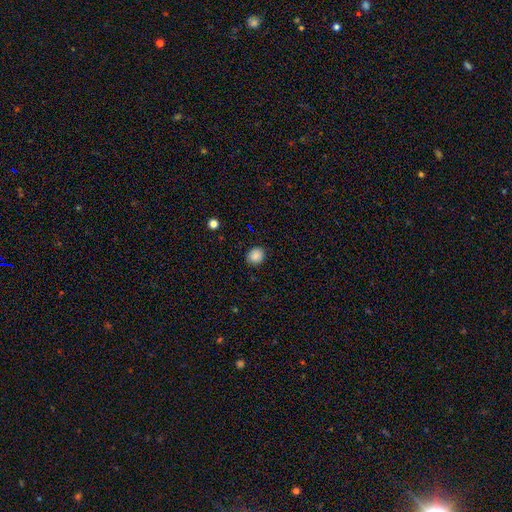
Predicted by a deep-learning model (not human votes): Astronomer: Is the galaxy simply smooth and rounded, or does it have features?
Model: smooth — 86%.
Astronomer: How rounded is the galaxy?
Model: round — 70%.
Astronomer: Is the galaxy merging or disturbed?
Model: none — 87%.